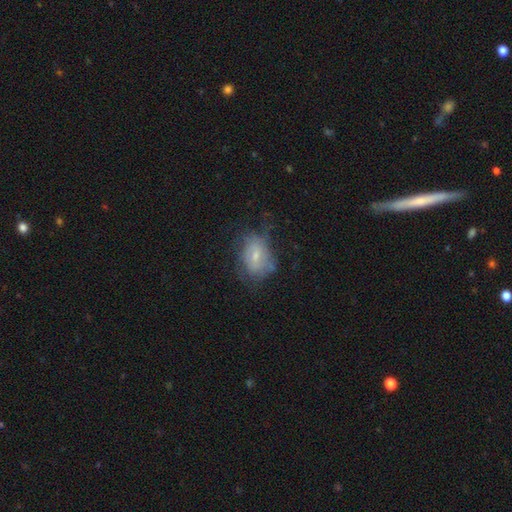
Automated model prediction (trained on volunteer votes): Smooth or featured? Predicted: featured or disk (p=0.46). Merging? Predicted: none (p=0.49).